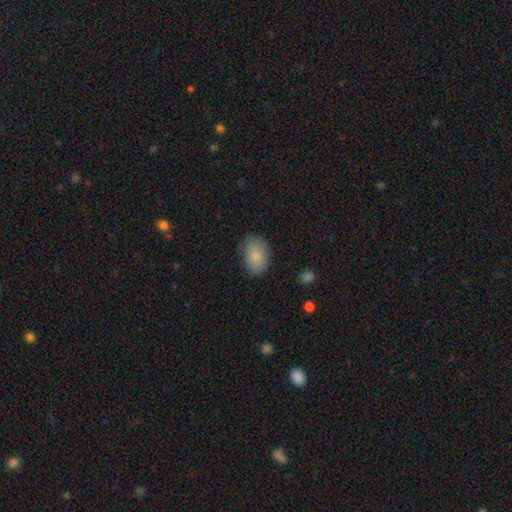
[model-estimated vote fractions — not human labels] smooth-or-featured: smooth: 86% | featured or disk: 7% | star or artifact: 7%
  how-rounded: in between: 86% | round: 13% | cigar-shaped: 1%
  merging: none: 78% | minor disturbance: 17% | major disturbance: 4% | merger: 1%